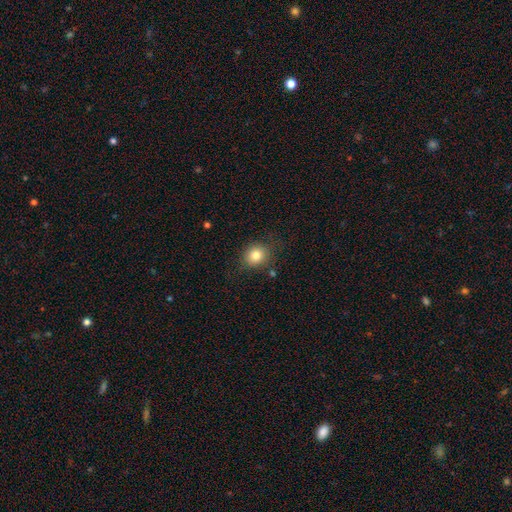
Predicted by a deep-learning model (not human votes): The model was most divided on "how rounded": round: 70%, in between: 30%, cigar-shaped: 1%. More confident: smooth or featured — smooth (81%); merging — none (81%).